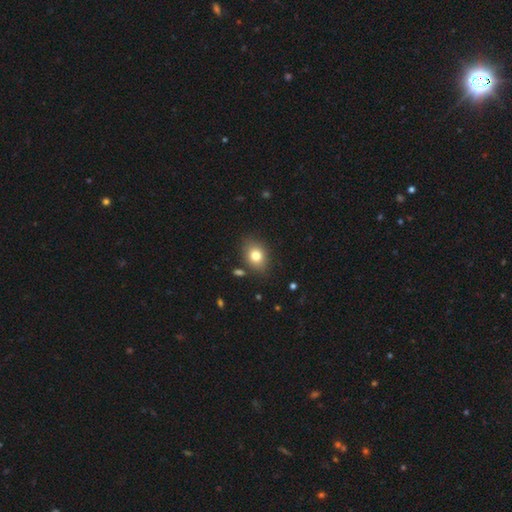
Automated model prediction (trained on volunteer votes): Overall: smooth (79%). How rounded: in between (64%; round 34%). Merging: none (82%).